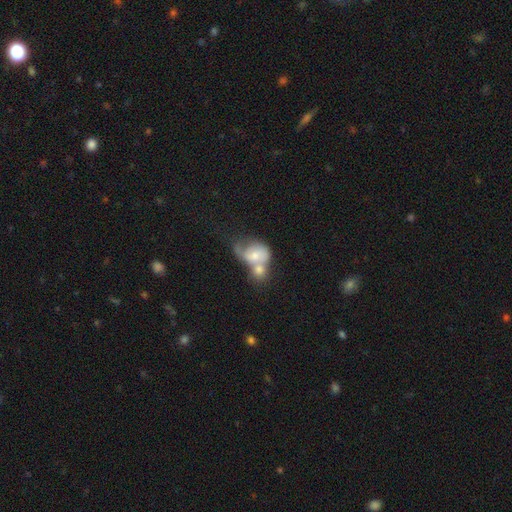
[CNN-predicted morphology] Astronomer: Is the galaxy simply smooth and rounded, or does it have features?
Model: smooth — 58% (runner-up: featured or disk, 35%).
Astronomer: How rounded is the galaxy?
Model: in between — 58% (runner-up: round, 40%).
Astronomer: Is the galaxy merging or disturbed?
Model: merger — 72%.